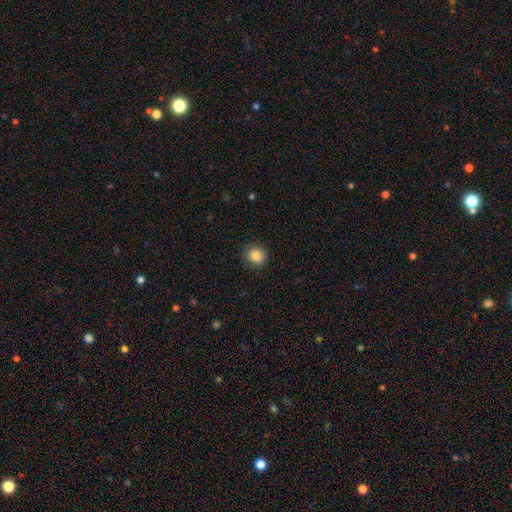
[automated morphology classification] Smooth or featured: smooth — 87% (star or artifact — 9%)
How rounded: round — 79% (in between — 20%)
Merging: none — 87% (minor disturbance — 10%)